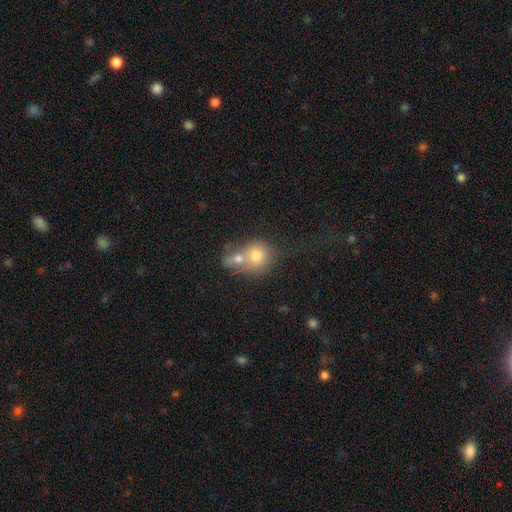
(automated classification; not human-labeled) Smooth or featured: smooth — 71% (featured or disk — 19%)
How rounded: round — 75% (in between — 24%)
Merging: merger — 64% (none — 24%)